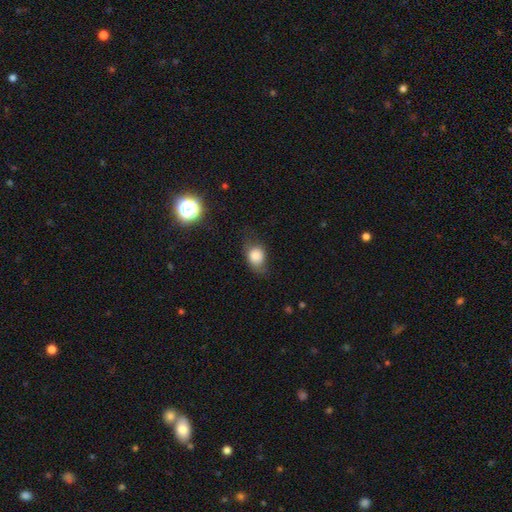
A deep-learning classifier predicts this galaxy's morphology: Smooth or featured: smooth — 79% (featured or disk — 11%)
How rounded: in between — 53% (round — 45%)
Merging: none — 52% (minor disturbance — 31%)